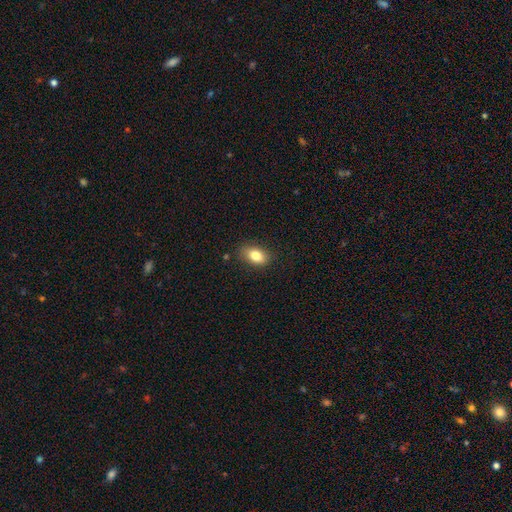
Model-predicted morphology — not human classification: This is clearly a smooth galaxy (82%). How rounded: clearly in between (85%). Merging: clearly none (84%).